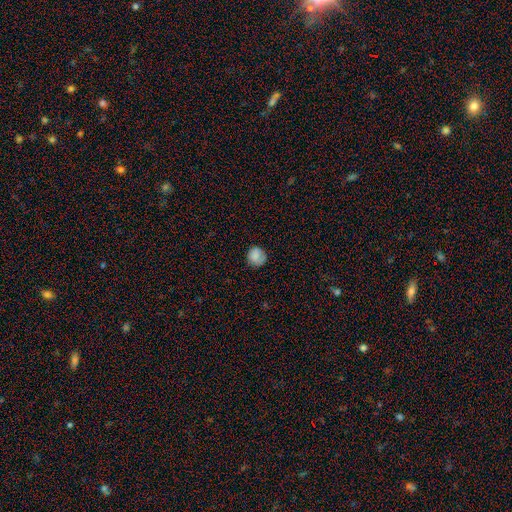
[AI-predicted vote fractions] Morphology: type=smooth (82%); roundness=round (86%); merging=none (77%).